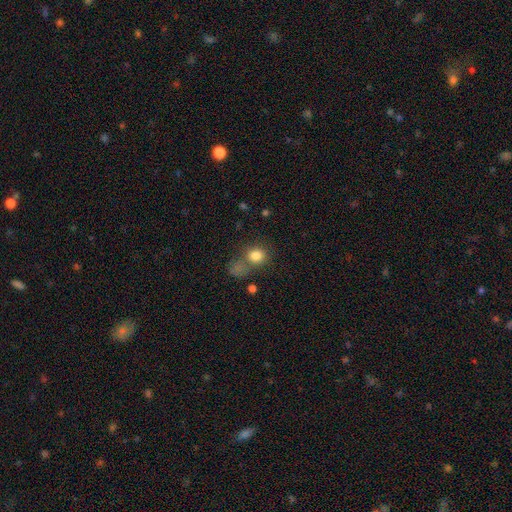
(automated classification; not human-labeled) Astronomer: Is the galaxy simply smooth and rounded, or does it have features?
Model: smooth — 80%.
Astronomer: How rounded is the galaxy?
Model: round — 71%.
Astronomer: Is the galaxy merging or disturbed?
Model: none — 48%.